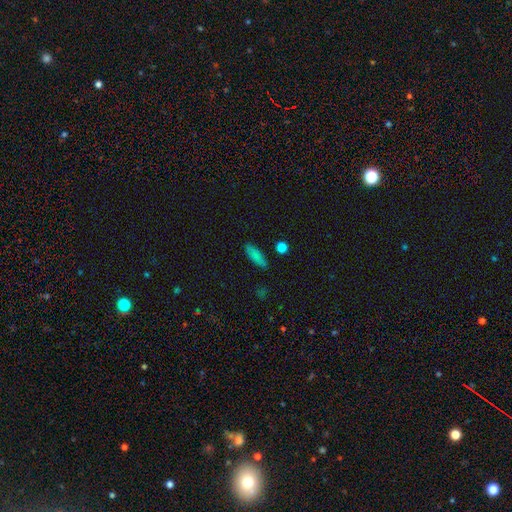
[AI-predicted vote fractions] Overall: smooth (82%). How rounded: in between (55%; cigar-shaped 42%). Merging: none (84%).